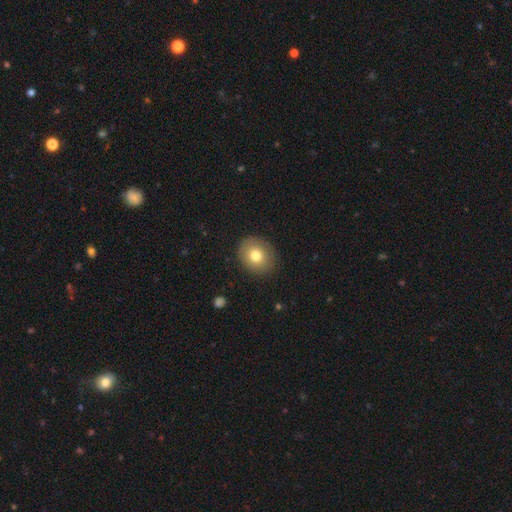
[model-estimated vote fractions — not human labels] Smooth or featured? smooth (77%)
How rounded? round (69%)
Merging? none (87%)